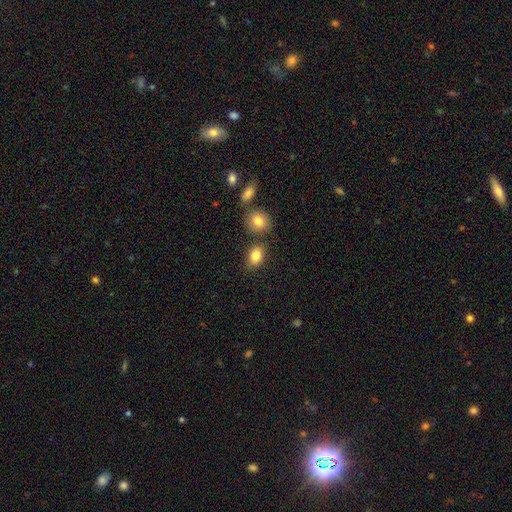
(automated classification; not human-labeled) A smooth galaxy with no disk features (84%) that is in between round and cigar-shaped (68%).

Vote fractions:
- Smooth or featured? smooth: 84% / star or artifact: 9% / featured or disk: 7%
- How rounded? in between: 68% / round: 31% / cigar-shaped: 1%
- Merging? none: 73% / minor disturbance: 12% / merger: 12% / major disturbance: 3%